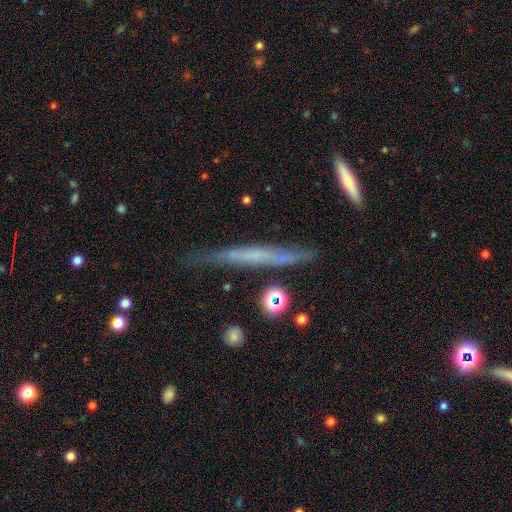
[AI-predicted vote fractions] This appears to be a featured or disk galaxy (53%) viewed edge-on (94%). Merging: none (76%).